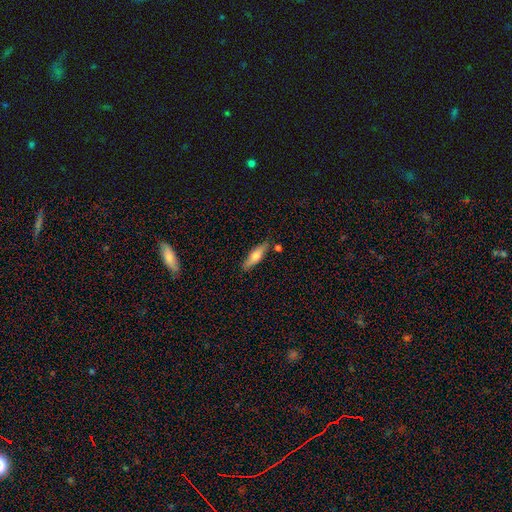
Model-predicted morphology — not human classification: This appears to be a smooth galaxy with no disk features (63%) that is cigar-shaped (63%). Merging: none (78%).